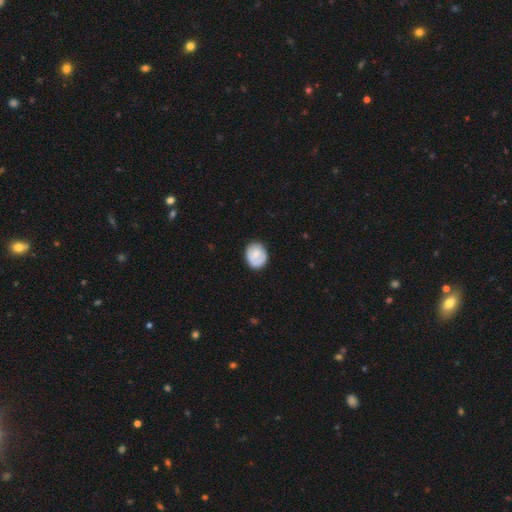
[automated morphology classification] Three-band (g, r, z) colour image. It shows a smooth galaxy with no disk features (58%) that is round (68%). Merging: none (79%).